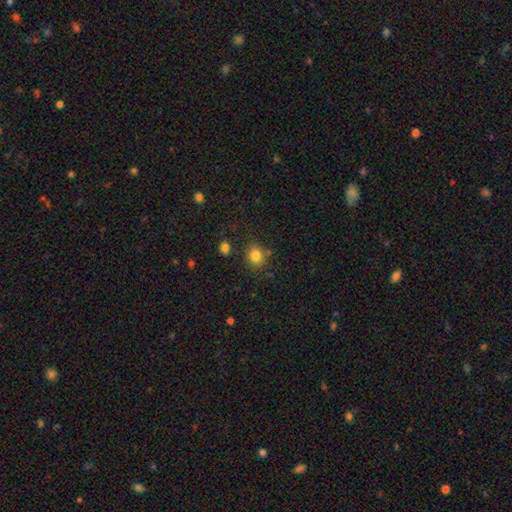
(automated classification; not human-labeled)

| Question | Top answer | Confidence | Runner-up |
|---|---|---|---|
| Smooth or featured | smooth | 83% | star or artifact (12%) |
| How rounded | round | 74% | in between (25%) |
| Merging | none | 80% | minor disturbance (11%) |